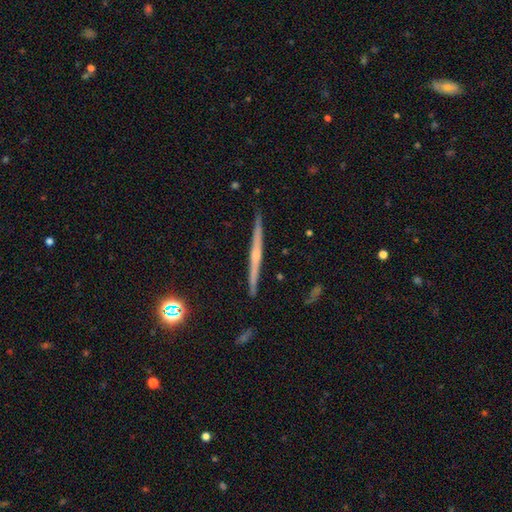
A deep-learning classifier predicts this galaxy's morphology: Smooth or featured? featured or disk (72%)
Edge-on disk? yes (98%)
Edge-on bulge? rounded (51%)
Merging? none (91%)